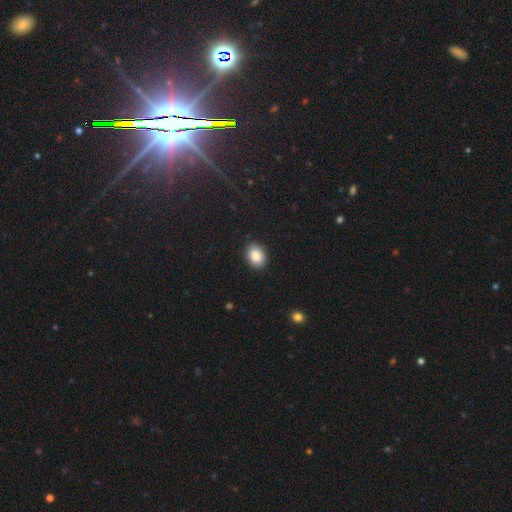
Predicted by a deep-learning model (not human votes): Q: Smooth or featured?
A: smooth (86%); runner-up: star or artifact (8%)
Q: How rounded?
A: in between (73%); runner-up: round (26%)
Q: Merging?
A: none (89%); runner-up: minor disturbance (8%)